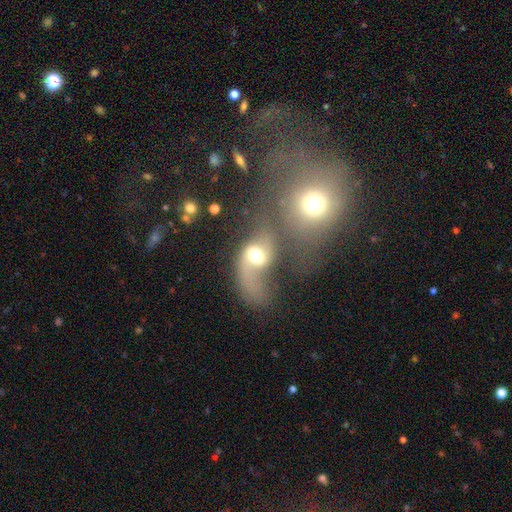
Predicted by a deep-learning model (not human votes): Smooth or featured? featured or disk (56%)
Edge-on disk? no (95%)
Bar? no (53%)
Spiral arms? yes (74%)
Bulge size? moderate (60%)
Merging? merger (43%)